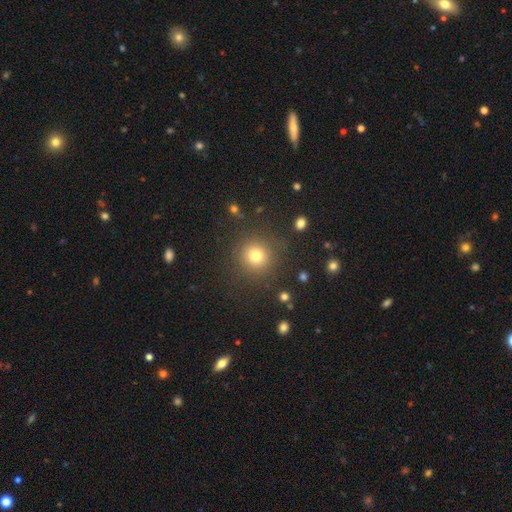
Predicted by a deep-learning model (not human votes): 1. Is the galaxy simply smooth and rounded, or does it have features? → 78% smooth, 15% star or artifact, 8% featured or disk.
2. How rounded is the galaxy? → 92% round, 7% in between, 1% cigar-shaped.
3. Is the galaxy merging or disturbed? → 86% none, 8% minor disturbance, 4% major disturbance, 2% merger.